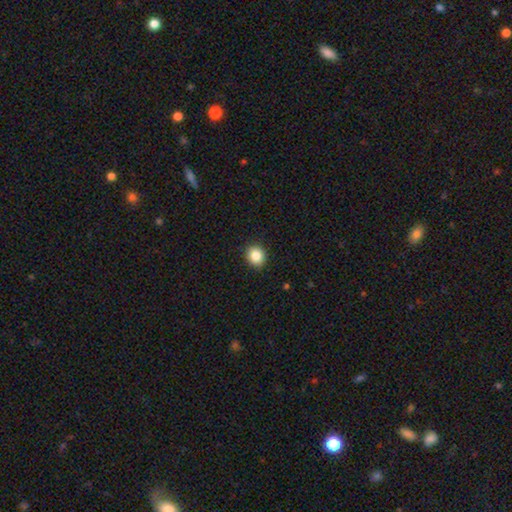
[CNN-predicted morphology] The model was most divided on "how rounded": round: 79%, in between: 20%, cigar-shaped: 1%. More confident: merging — none (90%); smooth or featured — smooth (86%).